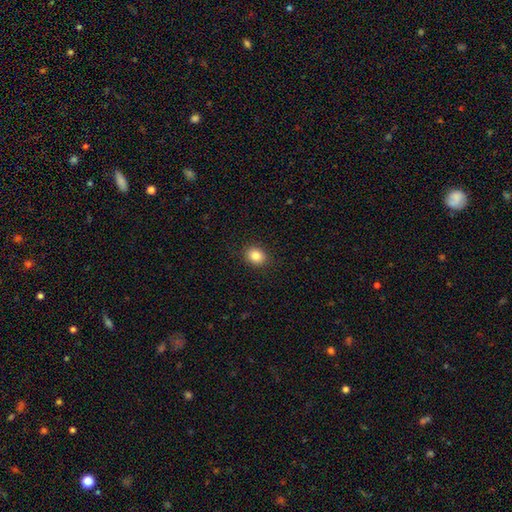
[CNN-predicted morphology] smooth 85%, star or artifact 10%, featured or disk 5%. Down the decision tree: how rounded — round (57%); merging — none (90%).